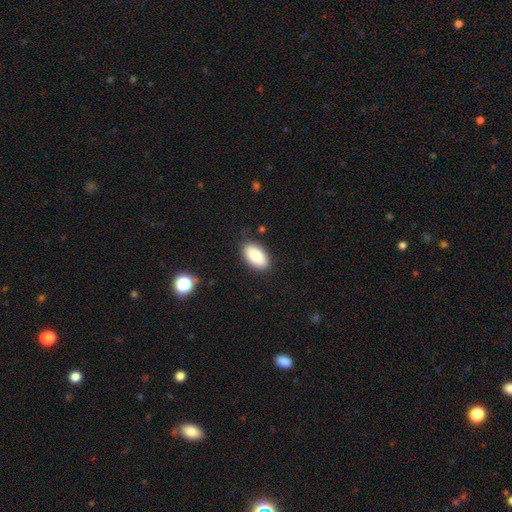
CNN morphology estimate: Smooth or featured: smooth — 82% (featured or disk — 11%)
How rounded: in between — 94% (round — 4%)
Merging: none — 86% (minor disturbance — 10%)